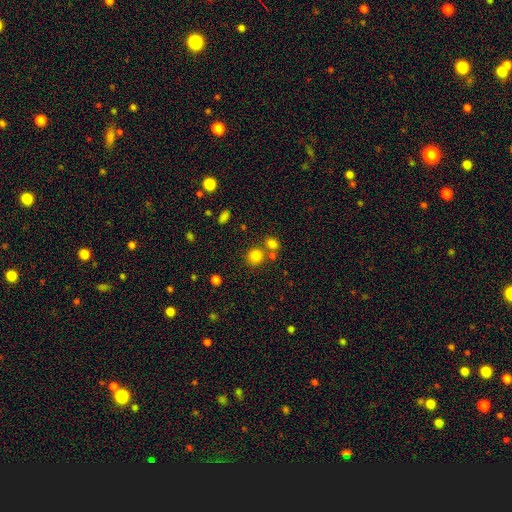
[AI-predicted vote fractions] Smooth or featured? Predicted: smooth (p=0.80). How rounded? Predicted: round (p=0.85). Merging? Predicted: none (p=0.68).